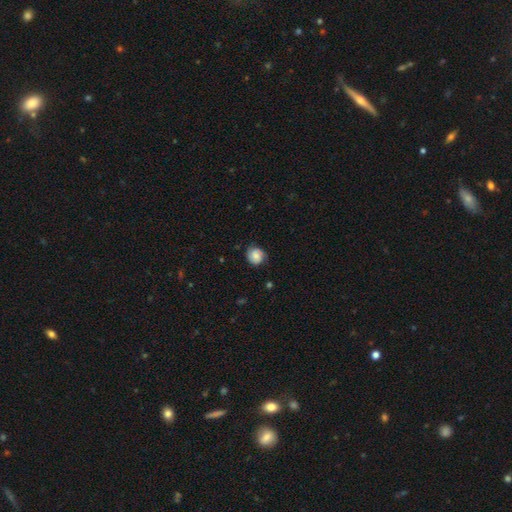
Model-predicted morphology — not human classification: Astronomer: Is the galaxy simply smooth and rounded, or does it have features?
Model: smooth — 59%.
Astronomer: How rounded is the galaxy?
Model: round — 80%.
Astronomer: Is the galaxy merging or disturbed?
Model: none — 75%.